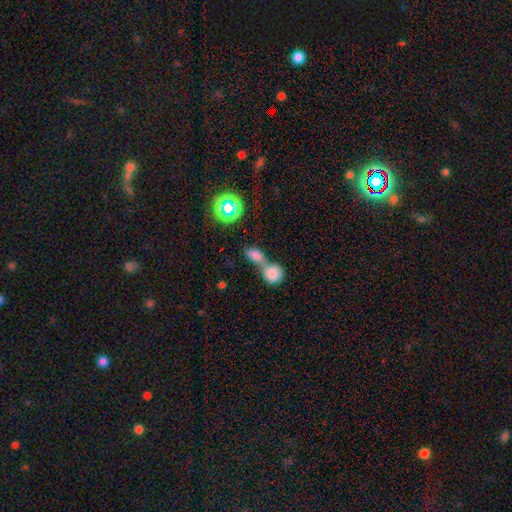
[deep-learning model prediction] Smooth or featured? Predicted: smooth (p=0.76). How rounded? Predicted: in between (p=0.56). Merging? Predicted: merger (p=0.69).